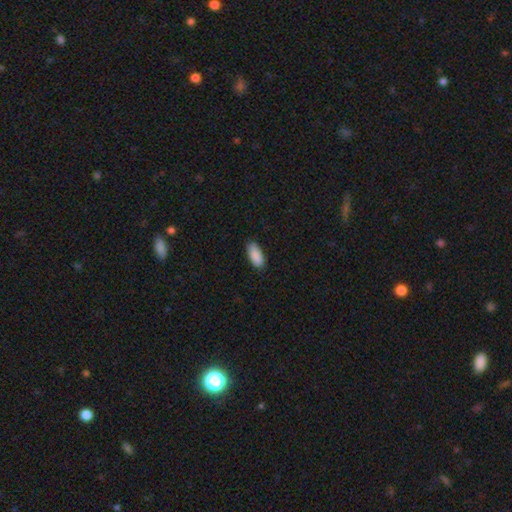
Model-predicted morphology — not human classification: smooth_or_featured: smooth (p=0.91) [alt: star or artifact p=0.06]
how_rounded: in between (p=0.88) [alt: cigar-shaped p=0.10]
merging: none (p=0.87) [alt: minor disturbance p=0.10]